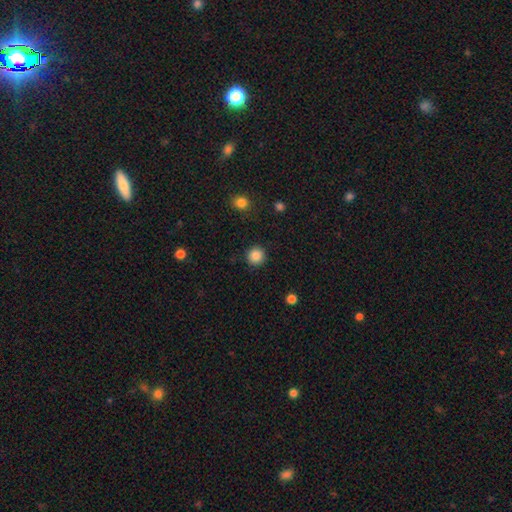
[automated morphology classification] type=smooth (87%); roundness=round (94%); merging=none (91%).